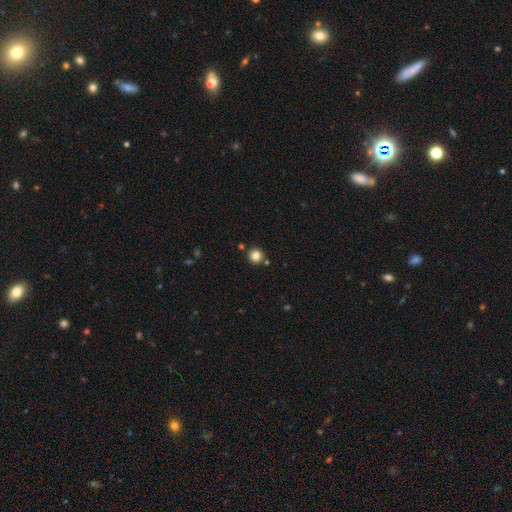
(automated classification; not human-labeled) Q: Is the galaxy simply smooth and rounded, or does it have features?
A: smooth — 82%.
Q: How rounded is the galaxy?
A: round — 95%.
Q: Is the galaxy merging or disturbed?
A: none — 87%.